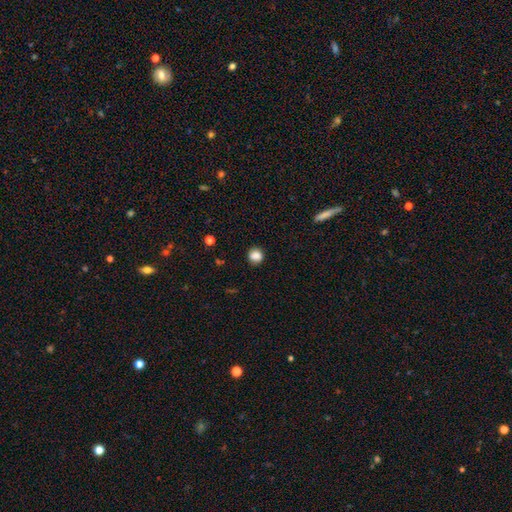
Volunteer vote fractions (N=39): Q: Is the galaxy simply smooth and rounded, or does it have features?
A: smooth — 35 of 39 (90%).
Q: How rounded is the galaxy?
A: round — 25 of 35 (71%).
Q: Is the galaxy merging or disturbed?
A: none — 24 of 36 (67%).